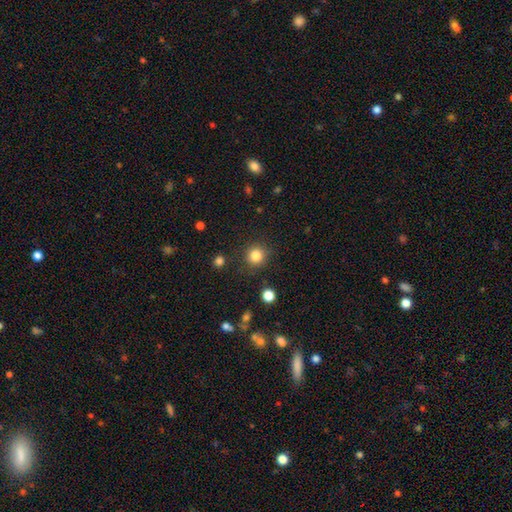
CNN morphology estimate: A smooth galaxy with no disk features (84%) that is round (92%).

Vote fractions:
- Smooth or featured? smooth: 84% / star or artifact: 12% / featured or disk: 5%
- How rounded? round: 92% / in between: 7% / cigar-shaped: 1%
- Merging? none: 87% / minor disturbance: 8% / major disturbance: 3% / merger: 2%